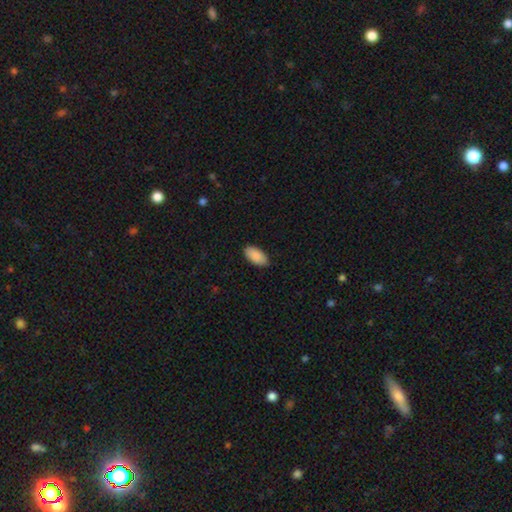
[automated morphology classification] This appears to be a smooth galaxy with no disk features (90%) that is in between round and cigar-shaped (95%). Merging: none (87%).